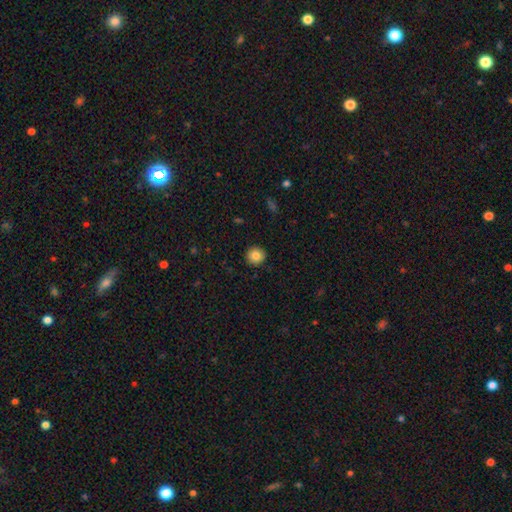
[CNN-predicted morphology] smooth_or_featured: smooth (p=0.85) [alt: star or artifact p=0.09]
how_rounded: round (p=0.94) [alt: in between p=0.05]
merging: none (p=0.92) [alt: minor disturbance p=0.05]